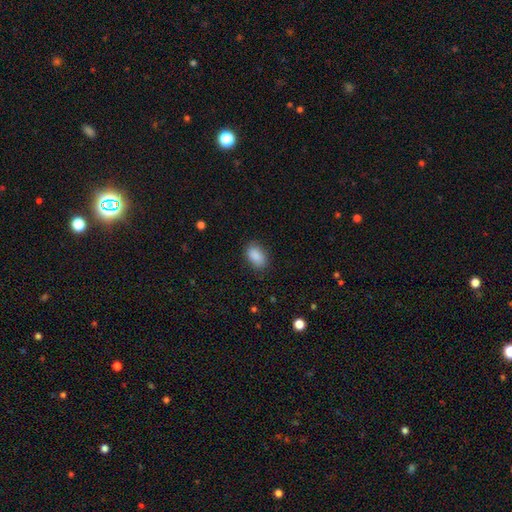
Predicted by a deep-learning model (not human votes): This appears to be a smooth galaxy with no disk features (89%) that is in between round and cigar-shaped (90%). Merging: none (83%).